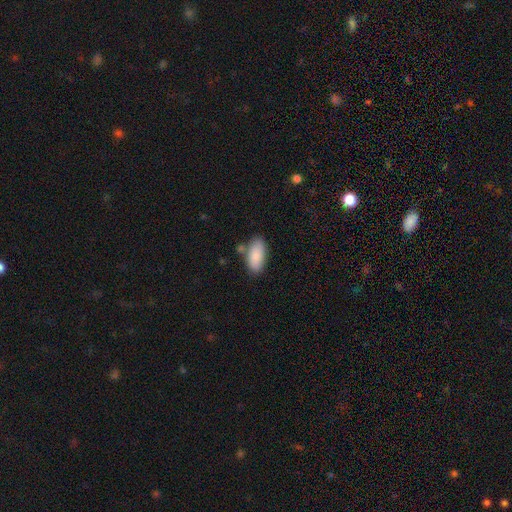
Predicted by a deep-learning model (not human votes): The model was most divided on "merging": none: 71%, minor disturbance: 17%, merger: 8%, major disturbance: 4%. More confident: how rounded — in between (91%); smooth or featured — smooth (88%).